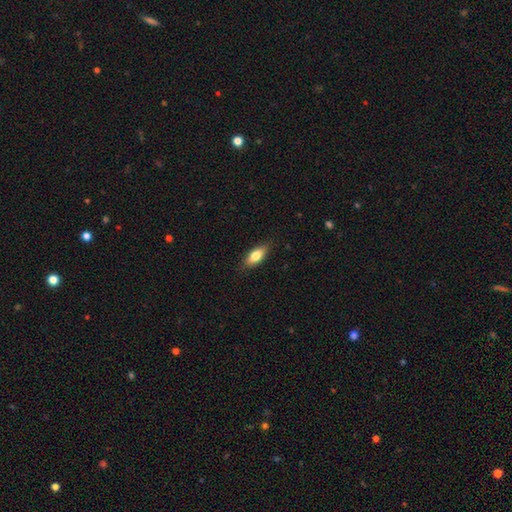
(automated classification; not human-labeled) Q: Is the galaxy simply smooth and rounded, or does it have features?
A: smooth — 76%.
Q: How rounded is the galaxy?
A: in between — 80%.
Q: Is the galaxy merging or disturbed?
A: none — 82%.